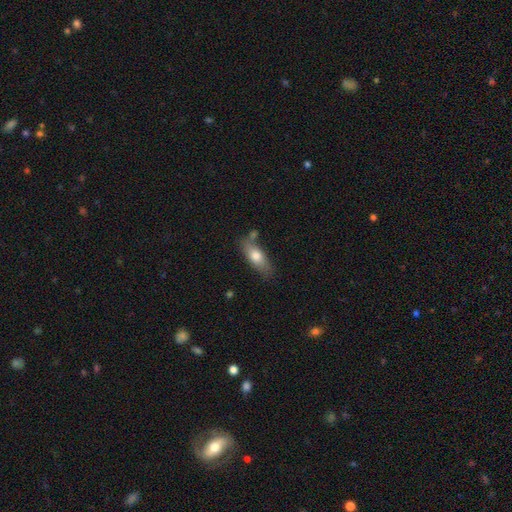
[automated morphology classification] The model was most divided on "how rounded": in between: 70%, cigar-shaped: 26%, round: 4%. More confident: smooth or featured — smooth (71%); merging — none (66%).